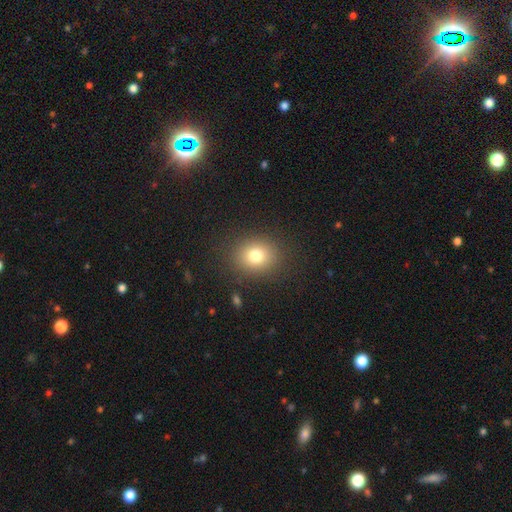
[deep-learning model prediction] Q: Smooth or featured?
A: smooth (78%); runner-up: star or artifact (13%)
Q: How rounded?
A: round (63%); runner-up: in between (36%)
Q: Merging?
A: none (87%); runner-up: minor disturbance (8%)